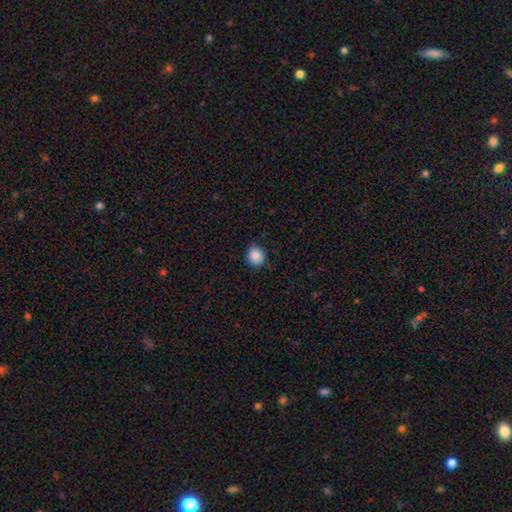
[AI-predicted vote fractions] Q: Smooth or featured?
A: smooth (88%); runner-up: star or artifact (9%)
Q: How rounded?
A: round (82%); runner-up: in between (17%)
Q: Merging?
A: none (85%); runner-up: minor disturbance (12%)